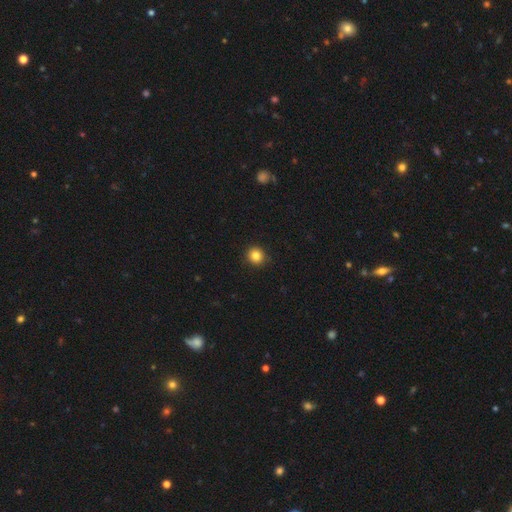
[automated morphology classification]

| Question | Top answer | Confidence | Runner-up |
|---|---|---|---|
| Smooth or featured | smooth | 84% | star or artifact (11%) |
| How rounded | round | 91% | in between (8%) |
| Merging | none | 91% | minor disturbance (6%) |